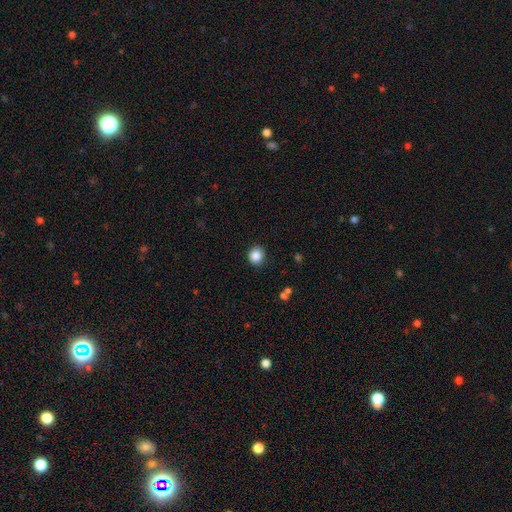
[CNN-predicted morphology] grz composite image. It shows a smooth galaxy with no disk features (86%) that is round (85%). Merging: none (90%).